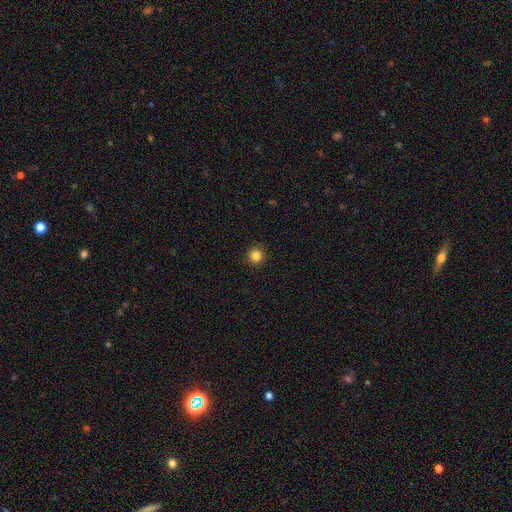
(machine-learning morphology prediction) Smooth or featured? smooth (84%)
How rounded? round (95%)
Merging? none (92%)